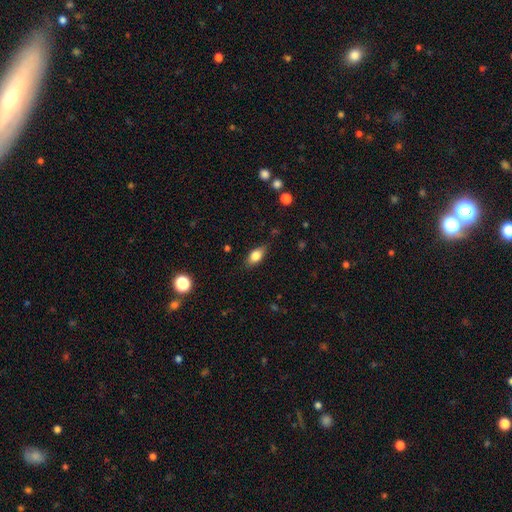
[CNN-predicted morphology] This appears to be a smooth galaxy with no disk features (77%) that is in between round and cigar-shaped (84%). Merging: none (80%).